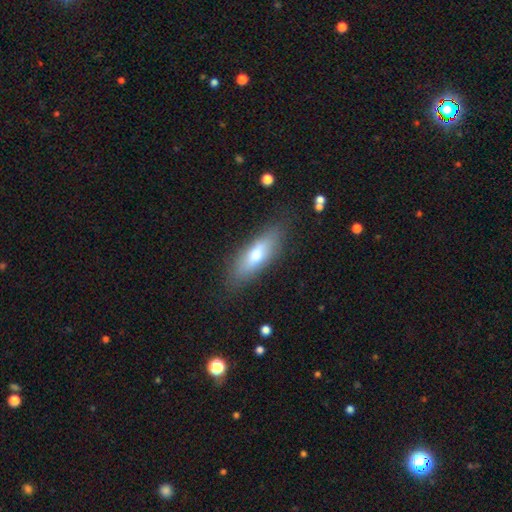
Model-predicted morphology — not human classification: The model was most divided on "how rounded": in between: 58%, cigar-shaped: 40%, round: 2%. More confident: merging — none (82%); smooth or featured — smooth (66%).